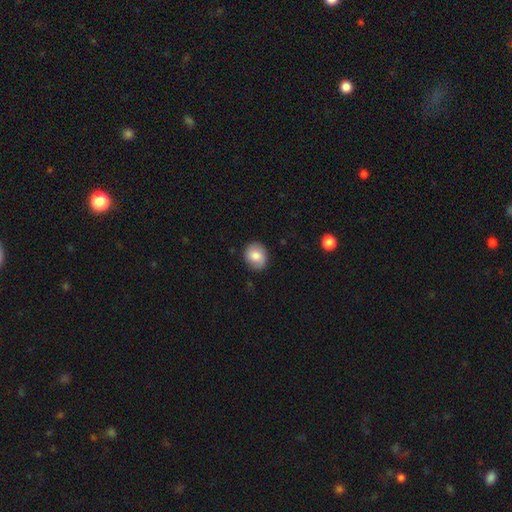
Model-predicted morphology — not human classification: smooth-or-featured: smooth: 80% | featured or disk: 12% | star or artifact: 8%
  how-rounded: round: 61% | in between: 38% | cigar-shaped: 1%
  merging: none: 85% | minor disturbance: 11% | major disturbance: 2% | merger: 1%